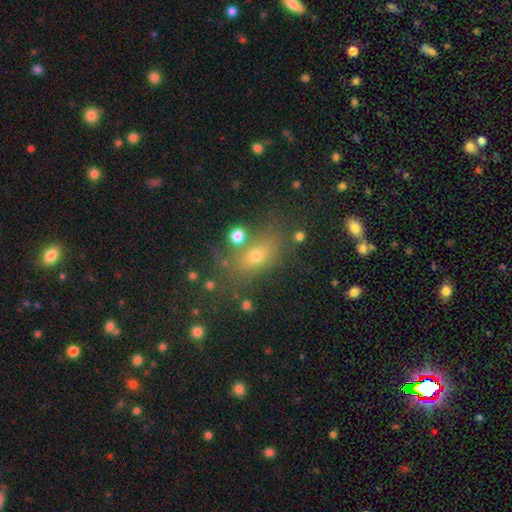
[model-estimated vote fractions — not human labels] Overall: smooth (59%; star or artifact 26%). How rounded: in between (69%). Merging: none (71%).